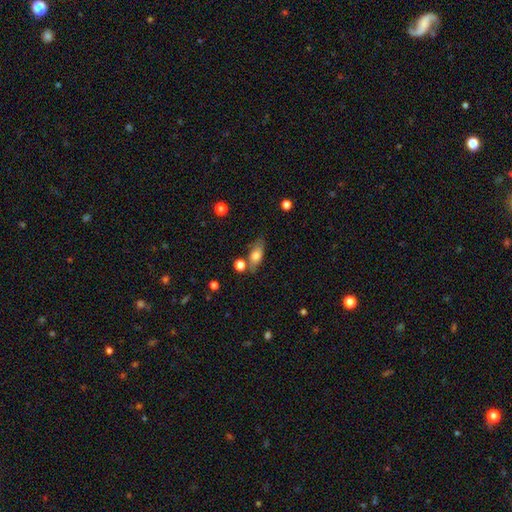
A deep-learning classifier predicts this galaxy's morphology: This appears to be a smooth galaxy with no disk features (74%) that is in between round and cigar-shaped (78%). Merging: none (65%).